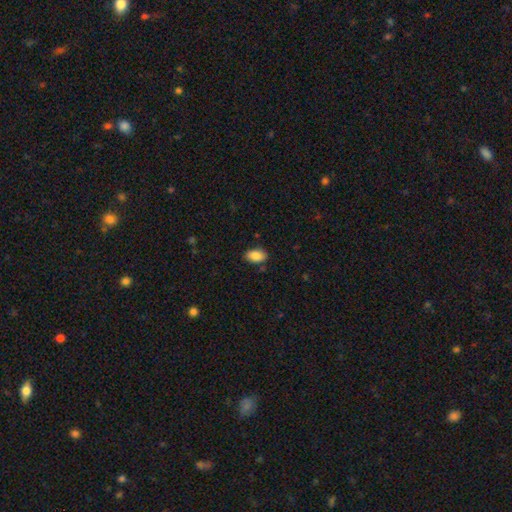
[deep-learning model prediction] A smooth galaxy with no disk features (87%) that is in between round and cigar-shaped (91%). Merging: none (84%).